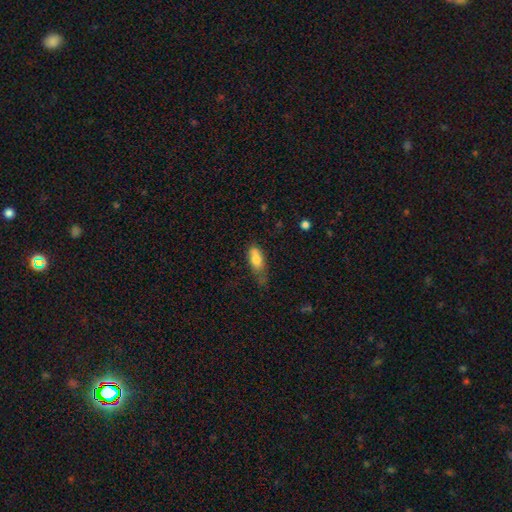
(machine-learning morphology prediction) smooth_or_featured: smooth (p=0.72) [alt: featured or disk p=0.20]
how_rounded: in between (p=0.74) [alt: cigar-shaped p=0.22]
merging: none (p=0.39) [alt: minor disturbance p=0.38]